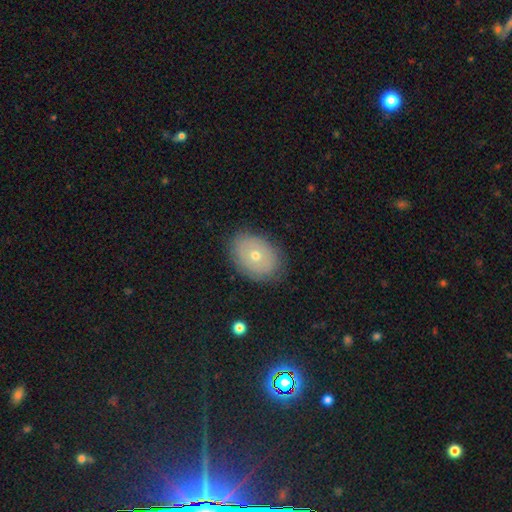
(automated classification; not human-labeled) This appears to be a smooth galaxy with no disk features (52%) that is in between round and cigar-shaped (73%). Merging: none (83%).